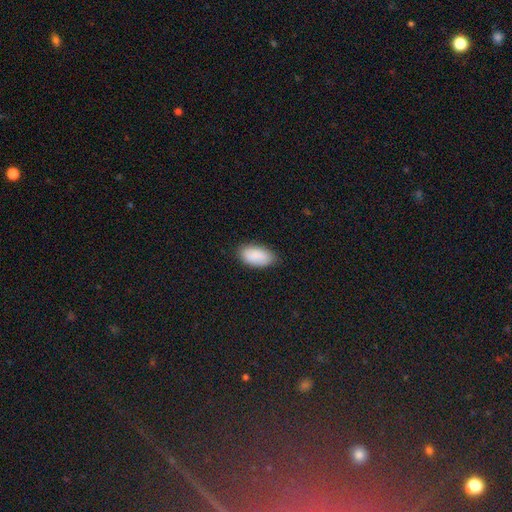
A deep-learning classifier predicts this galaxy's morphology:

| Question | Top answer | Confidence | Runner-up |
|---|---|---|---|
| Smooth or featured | smooth | 90% | star or artifact (6%) |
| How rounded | in between | 95% | cigar-shaped (3%) |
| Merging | none | 85% | minor disturbance (12%) |